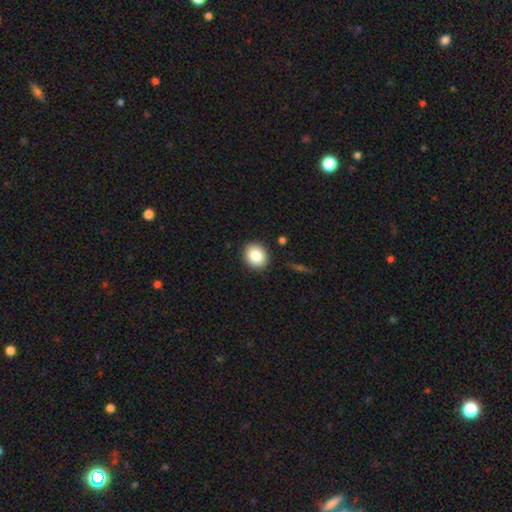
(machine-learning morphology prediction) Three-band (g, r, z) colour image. It shows a smooth galaxy with no disk features (85%) that is round (69%). Merging: none (89%).